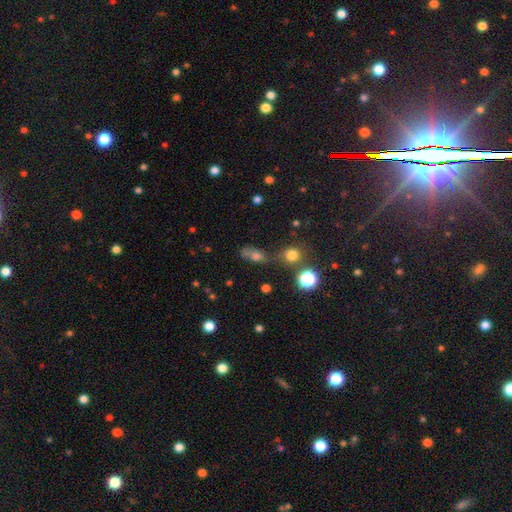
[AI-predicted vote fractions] smooth 63%, star or artifact 23%, featured or disk 14%. Down the decision tree: how rounded — in between (63%); merging — none (44%).